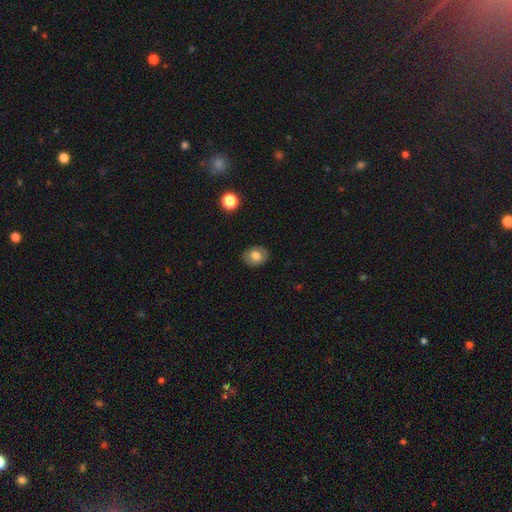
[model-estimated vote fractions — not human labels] Smooth or featured?
  - smooth: 70% *
  - featured or disk: 21%
  - star or artifact: 8%
How rounded?
  - in between: 56% *
  - round: 43%
  - cigar-shaped: 1%
Merging?
  - none: 85% *
  - minor disturbance: 11%
  - major disturbance: 3%
  - merger: 1%